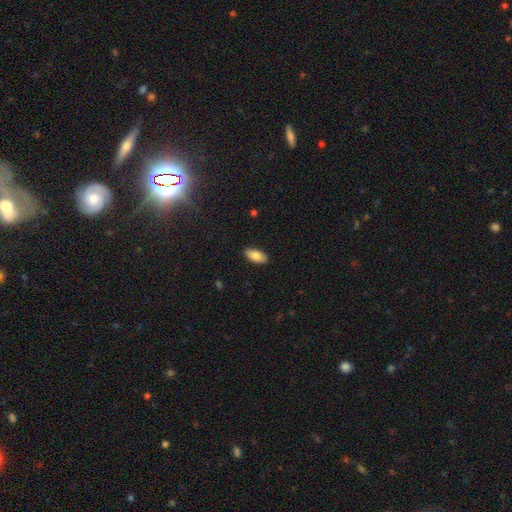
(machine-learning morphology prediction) Smooth or featured? Predicted: smooth (p=0.82). How rounded? Predicted: in between (p=0.92). Merging? Predicted: none (p=0.89).